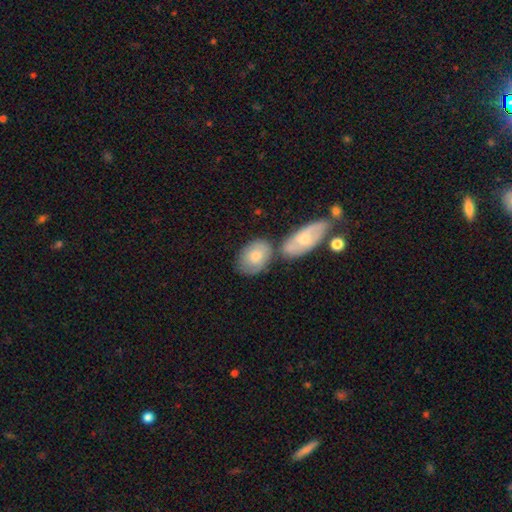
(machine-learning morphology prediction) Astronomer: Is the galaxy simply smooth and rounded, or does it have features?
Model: smooth — 71%.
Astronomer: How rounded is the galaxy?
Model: in between — 79%.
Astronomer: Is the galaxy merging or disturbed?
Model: none — 50% (runner-up: merger, 29%).